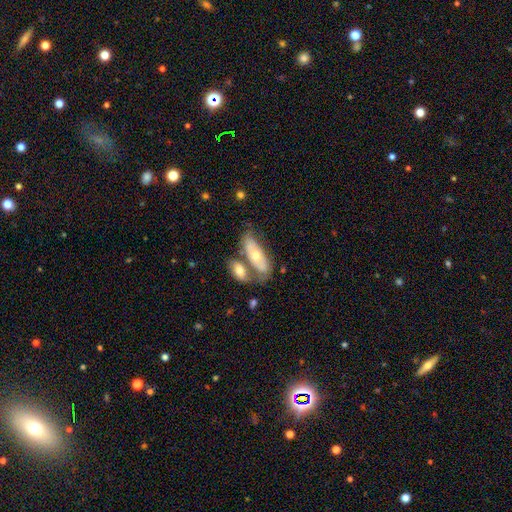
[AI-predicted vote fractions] Smooth or featured? Predicted: smooth (p=0.55). How rounded? Predicted: in between (p=0.74). Merging? Predicted: merger (p=0.42).